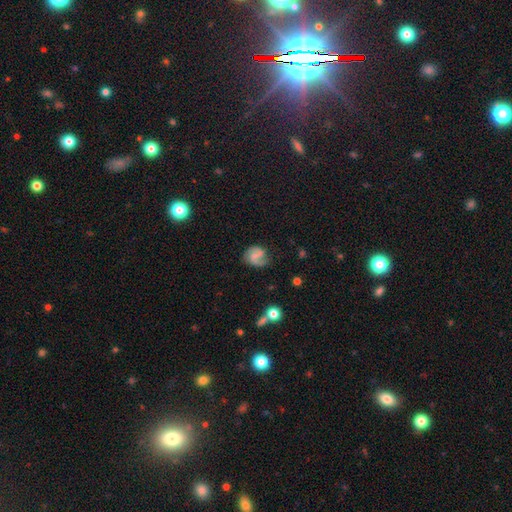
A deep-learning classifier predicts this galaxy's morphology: The model was most divided on "bar": no: 47%, weak: 42%, strong: 12%. Remaining: edge-on disk — no (98%); spiral arms — yes (92%); spiral arm count — 2 (72%); smooth or featured — featured or disk (67%); merging — none (60%); bulge size — none (51%); spiral winding — medium (45%).